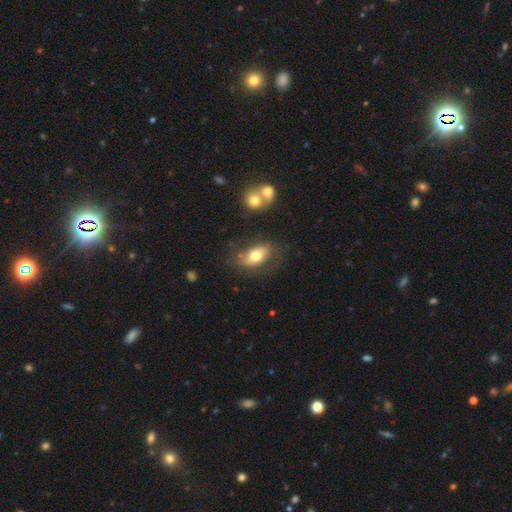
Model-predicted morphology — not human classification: Q: Smooth or featured?
A: smooth (68%); runner-up: featured or disk (25%)
Q: How rounded?
A: in between (87%); runner-up: round (9%)
Q: Merging?
A: none (64%); runner-up: minor disturbance (20%)